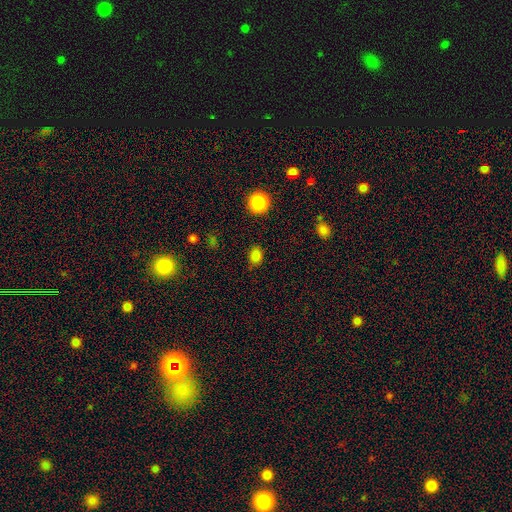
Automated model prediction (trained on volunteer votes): smooth-or-featured: smooth: 81% | star or artifact: 15% | featured or disk: 4%
  how-rounded: in between: 56% | round: 43% | cigar-shaped: 1%
  merging: none: 80% | minor disturbance: 14% | major disturbance: 4% | merger: 2%